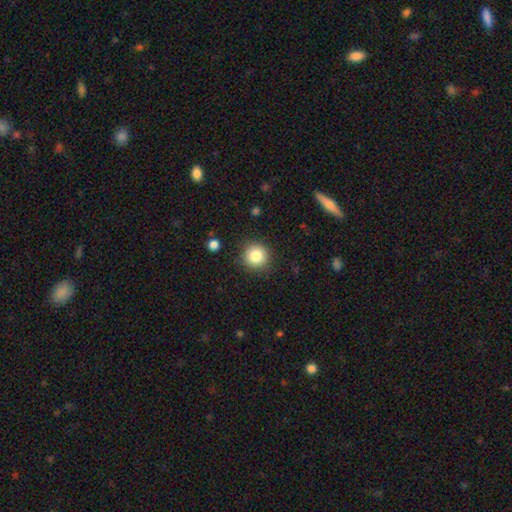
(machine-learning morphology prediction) Smooth or featured? Predicted: smooth (p=0.84). How rounded? Predicted: round (p=0.94). Merging? Predicted: none (p=0.89).